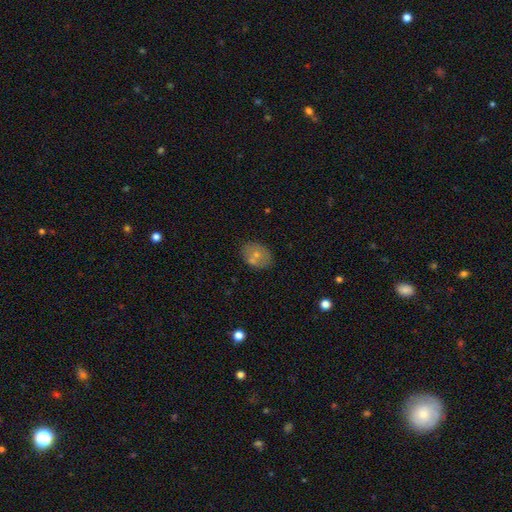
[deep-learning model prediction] smooth-or-featured: smooth: 63% | featured or disk: 28% | star or artifact: 9%
  how-rounded: in between: 64% | round: 35% | cigar-shaped: 1%
  merging: none: 62% | minor disturbance: 17% | merger: 16% | major disturbance: 5%